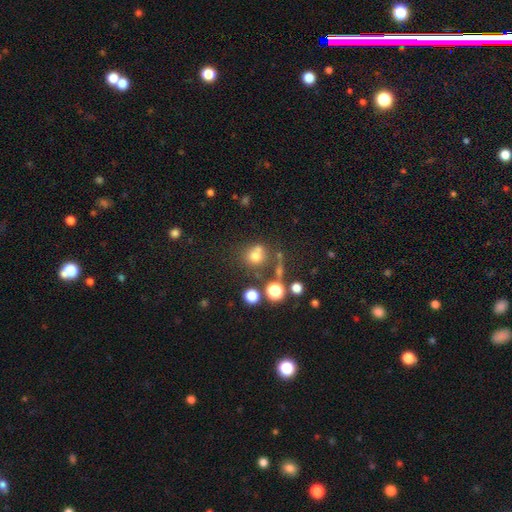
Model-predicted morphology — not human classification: Overall: smooth (69%). How rounded: round (85%). Merging: none (57%; merger 25%).